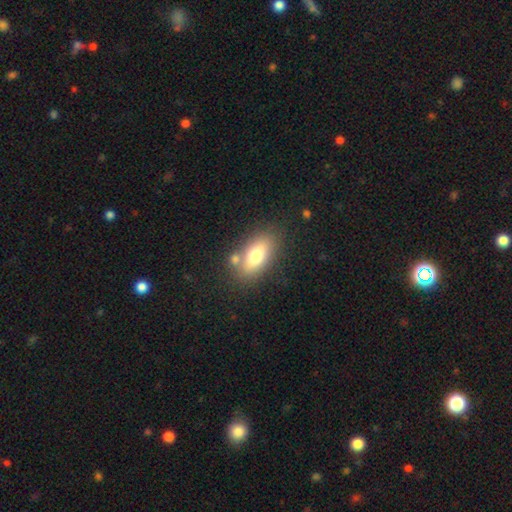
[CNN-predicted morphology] Q: Smooth or featured?
A: smooth (72%); runner-up: featured or disk (20%)
Q: How rounded?
A: in between (84%); runner-up: cigar-shaped (11%)
Q: Merging?
A: none (70%); runner-up: merger (14%)